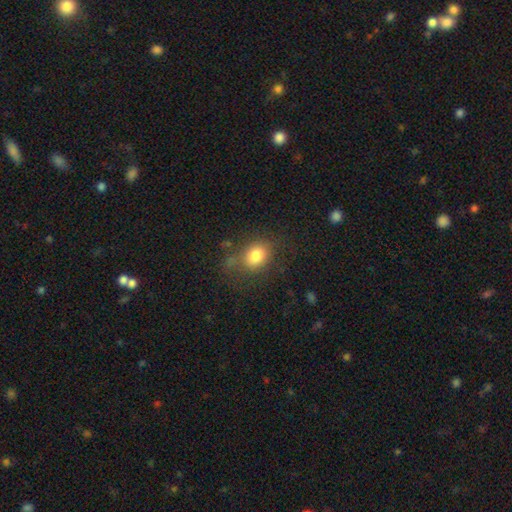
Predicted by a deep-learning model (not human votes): A smooth galaxy with no disk features (79%) that is in between round and cigar-shaped (56%).

Vote fractions:
- Smooth or featured? smooth: 79% / featured or disk: 11% / star or artifact: 10%
- How rounded? in between: 56% / round: 43% / cigar-shaped: 1%
- Merging? none: 63% / minor disturbance: 21% / major disturbance: 13% / merger: 3%